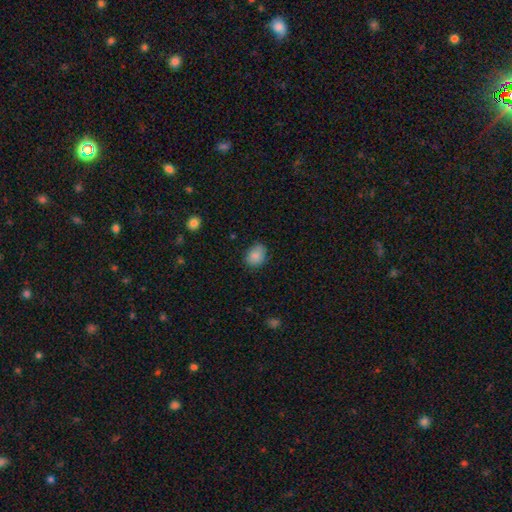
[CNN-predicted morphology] A smooth galaxy with no disk features (85%) that is in between round and cigar-shaped (65%). Merging: none (77%).